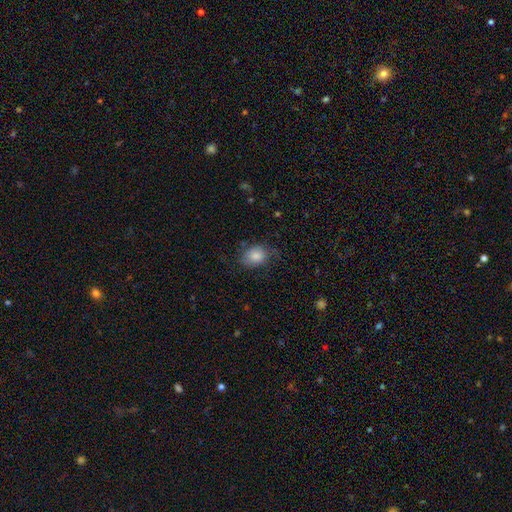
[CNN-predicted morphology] Overall: smooth (81%). How rounded: in between (56%; round 43%). Merging: none (64%; minor disturbance 25%).